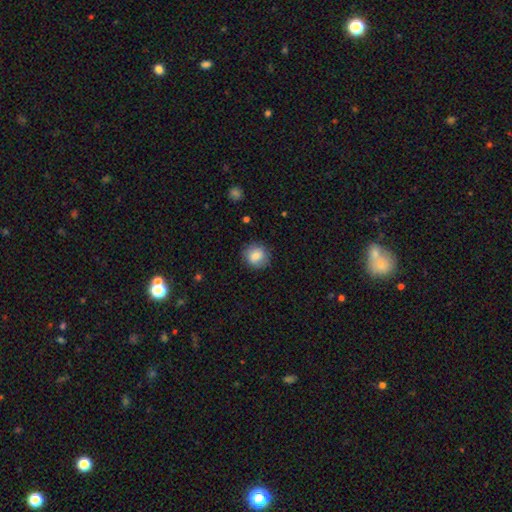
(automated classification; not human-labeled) The model was most divided on "smooth or featured": smooth: 82%, featured or disk: 10%, star or artifact: 9%. More confident: how rounded — round (86%); merging — none (85%).